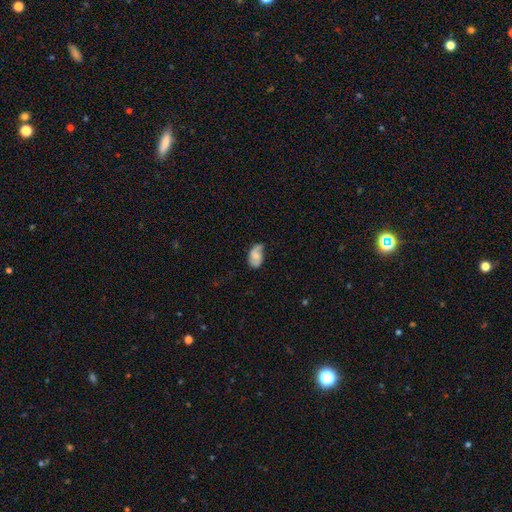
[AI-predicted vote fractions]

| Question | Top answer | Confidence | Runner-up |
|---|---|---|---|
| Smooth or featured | smooth | 48% | featured or disk (45%) |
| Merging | none | 49% | minor disturbance (35%) |